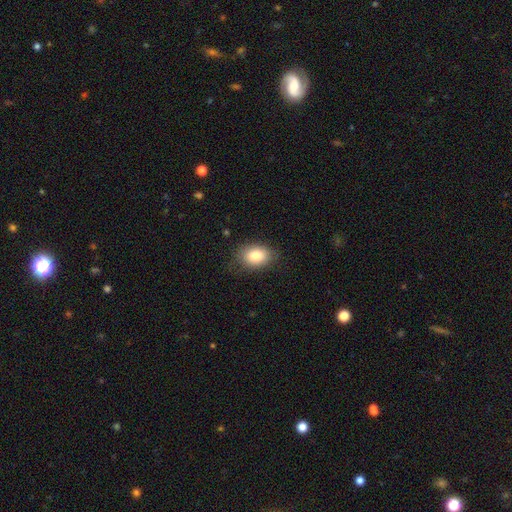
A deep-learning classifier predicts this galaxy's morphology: This appears to be a smooth galaxy with no disk features (83%) that is in between round and cigar-shaped (79%). Merging: none (75%).